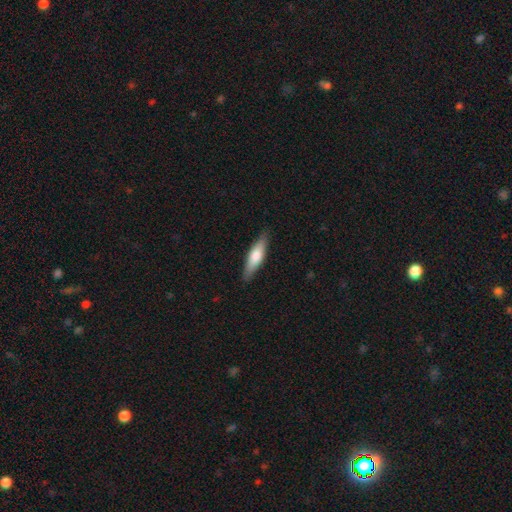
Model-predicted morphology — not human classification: Overall: smooth (63%; featured or disk 32%). How rounded: cigar-shaped (64%; in between 34%). Merging: none (86%).